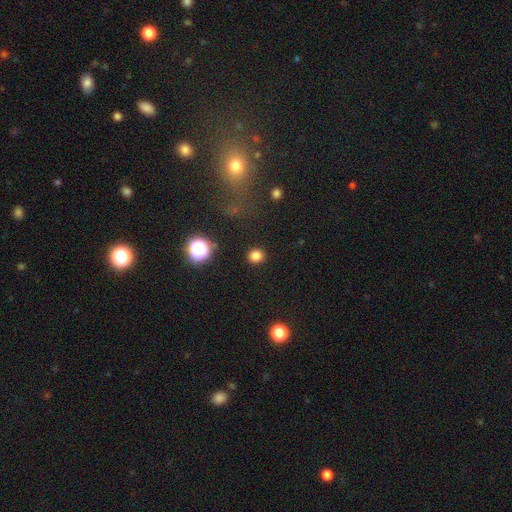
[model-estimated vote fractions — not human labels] A smooth galaxy with no disk features (81%) that is round (80%). Merging: none (90%).